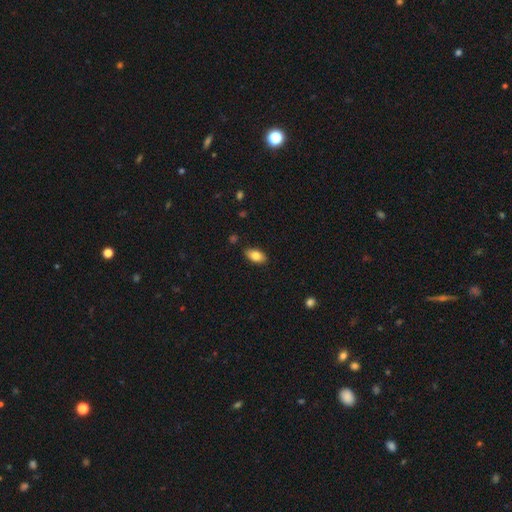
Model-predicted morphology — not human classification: Smooth or featured?
  - smooth: 81% *
  - featured or disk: 12%
  - star or artifact: 7%
How rounded?
  - in between: 91% *
  - cigar-shaped: 5%
  - round: 4%
Merging?
  - none: 86% *
  - minor disturbance: 10%
  - major disturbance: 2%
  - merger: 1%